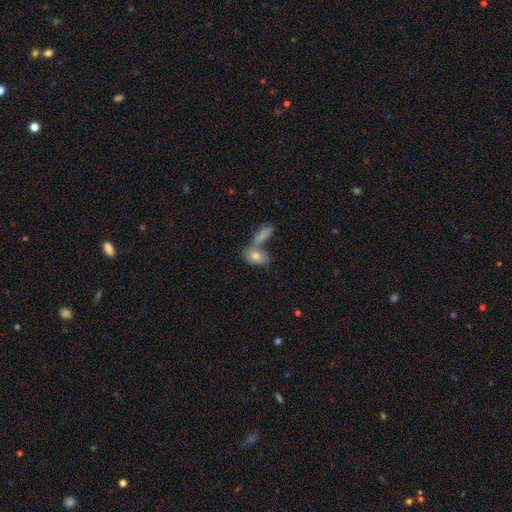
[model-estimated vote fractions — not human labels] This is possibly a smooth galaxy (55%). How rounded: likely in between (74%). Merging: possibly merger (49%).